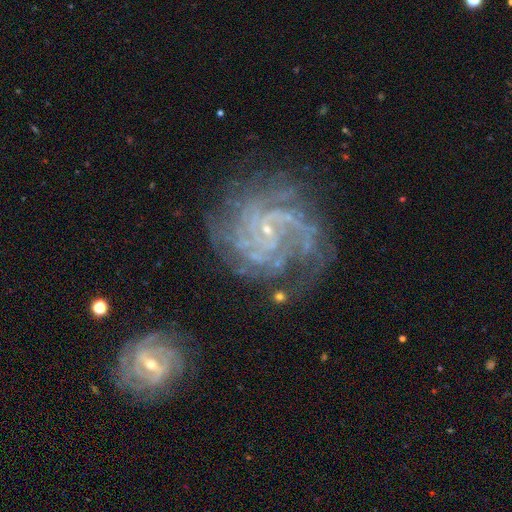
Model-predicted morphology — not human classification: type=featured or disk (89%); edge-on=no (98%); bar=no (57%); spiral arms=yes (98%); winding=tight (64%); arm count=can't tell (22%); bulge=small (83%); merging=none (65%).